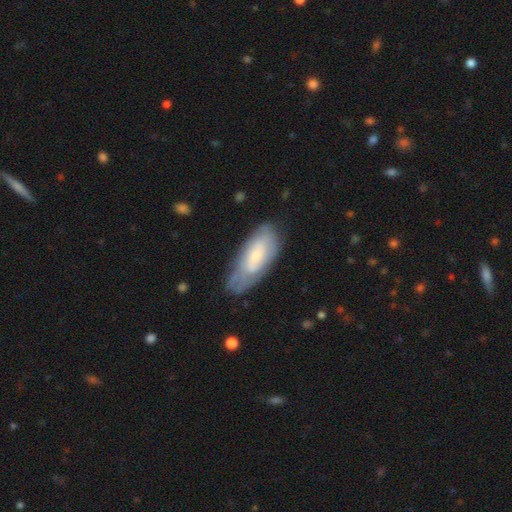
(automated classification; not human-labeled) Smooth or featured? Predicted: smooth (p=0.49). Merging? Predicted: none (p=0.61).